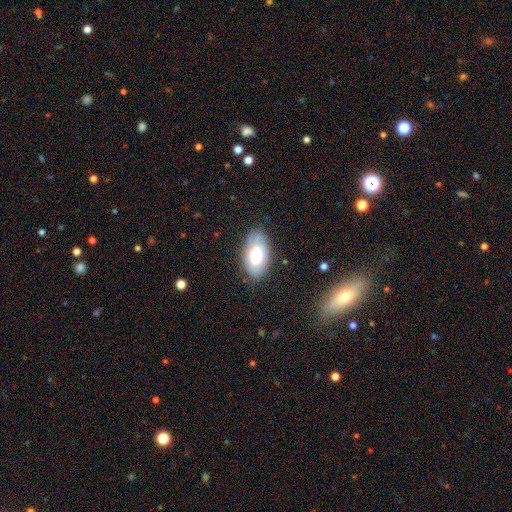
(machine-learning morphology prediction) Smooth or featured? Predicted: smooth (p=0.63). How rounded? Predicted: in between (p=0.93). Merging? Predicted: none (p=0.77).